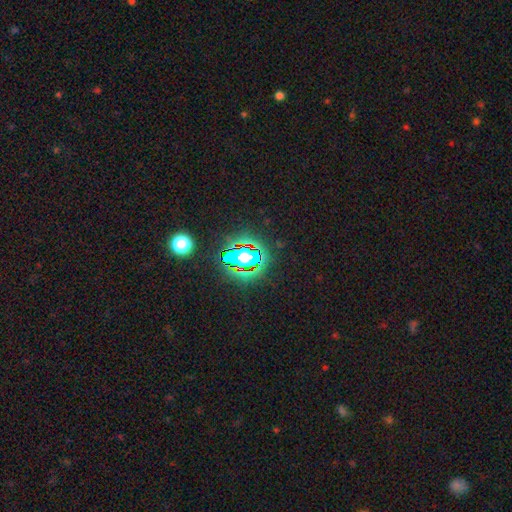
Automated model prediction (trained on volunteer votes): The model was most divided on "smooth or featured": star or artifact: 81%, smooth: 11%, featured or disk: 7%.